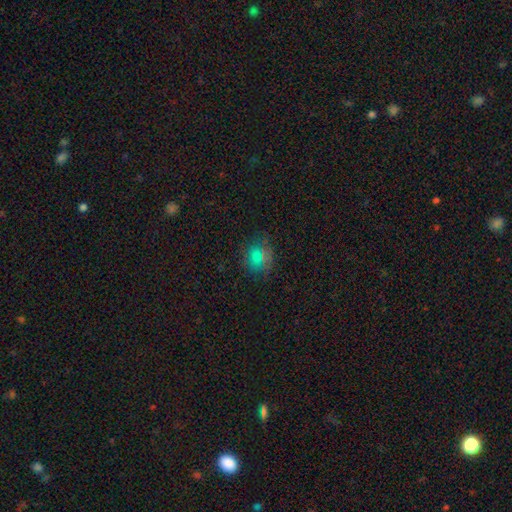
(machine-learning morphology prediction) smooth-or-featured: smooth: 67% | star or artifact: 22% | featured or disk: 12%
  how-rounded: round: 80% | in between: 19% | cigar-shaped: 1%
  merging: none: 72% | minor disturbance: 17% | major disturbance: 7% | merger: 3%